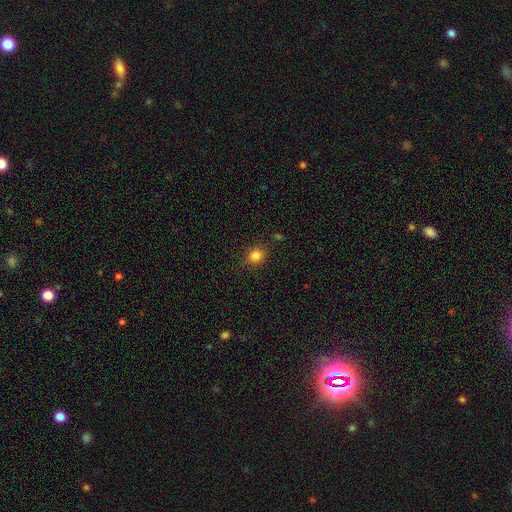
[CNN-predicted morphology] Smooth or featured? Predicted: smooth (p=0.83). How rounded? Predicted: round (p=0.72). Merging? Predicted: none (p=0.85).